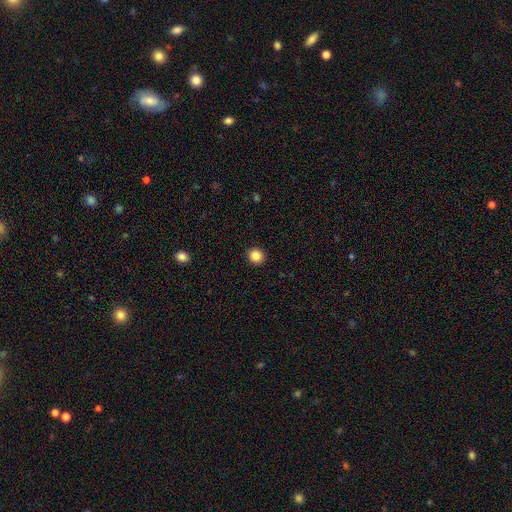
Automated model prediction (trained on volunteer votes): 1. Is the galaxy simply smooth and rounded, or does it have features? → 87% smooth, 10% star or artifact, 3% featured or disk.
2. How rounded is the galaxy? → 88% round, 11% in between, 1% cigar-shaped.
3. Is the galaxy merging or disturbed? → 92% none, 5% minor disturbance, 2% major disturbance, 1% merger.